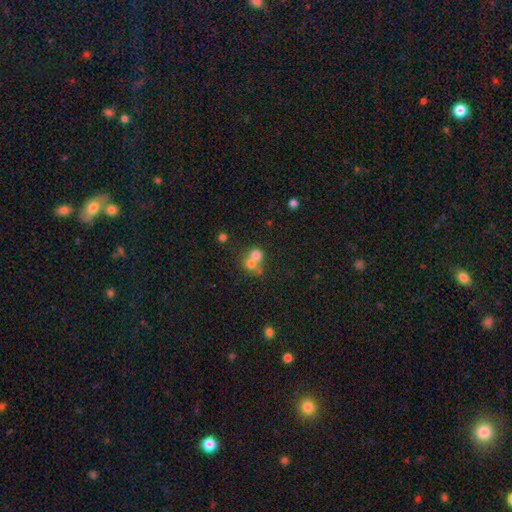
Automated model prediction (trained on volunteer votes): A smooth galaxy with no disk features (70%) that is round (74%).

Vote fractions:
- Smooth or featured? smooth: 70% / featured or disk: 18% / star or artifact: 13%
- How rounded? round: 74% / in between: 25% / cigar-shaped: 1%
- Merging? merger: 62% / none: 28% / minor disturbance: 6% / major disturbance: 4%